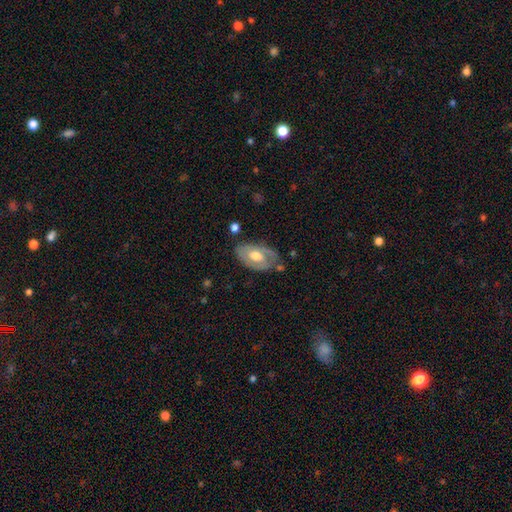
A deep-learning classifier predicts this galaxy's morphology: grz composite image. It shows a featured or disk galaxy (61%) with no bar (64%), spiral arms (56%) and a moderate central bulge (64%). Merging: none (62%).